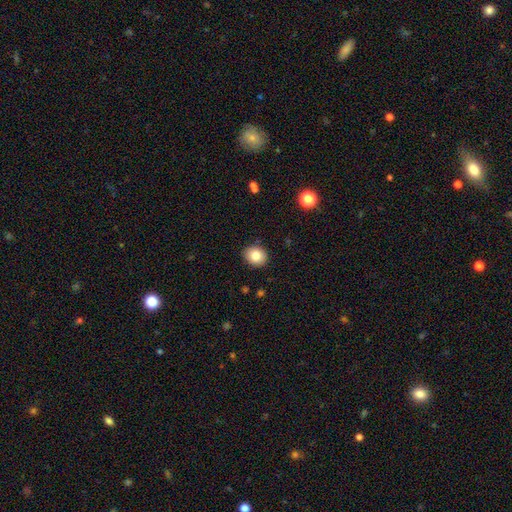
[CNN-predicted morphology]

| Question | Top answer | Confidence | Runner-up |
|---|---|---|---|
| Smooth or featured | smooth | 82% | star or artifact (9%) |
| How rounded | round | 73% | in between (26%) |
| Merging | none | 90% | minor disturbance (7%) |